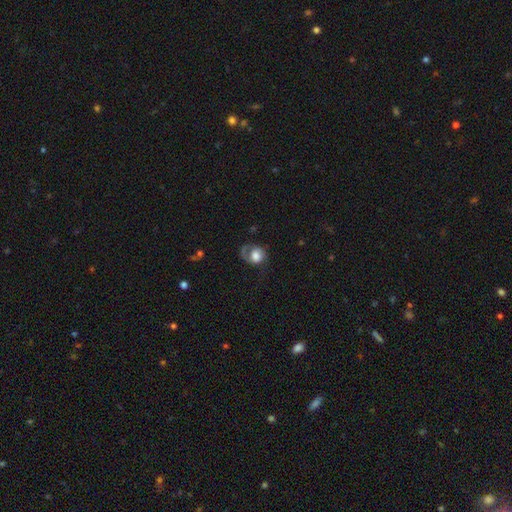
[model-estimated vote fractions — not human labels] Morphology: type=smooth (53%); roundness=round (65%); merging=none (40%).